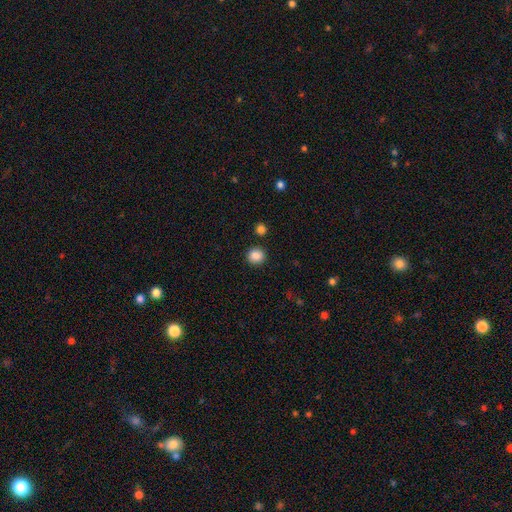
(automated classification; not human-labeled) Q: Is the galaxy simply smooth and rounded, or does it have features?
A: smooth — 88%.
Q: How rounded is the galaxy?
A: round — 88%.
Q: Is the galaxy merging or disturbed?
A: none — 89%.